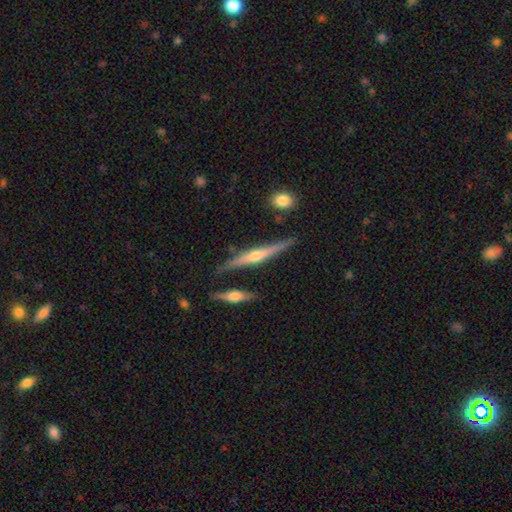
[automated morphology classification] smooth-or-featured: featured or disk: 75% | smooth: 20% | star or artifact: 6%
  disk-edge-on: yes: 97% | no: 3%
    edge-on-bulge: rounded: 88% | none: 7% | boxy: 5%
  merging: none: 82% | minor disturbance: 11% | merger: 5% | major disturbance: 2%